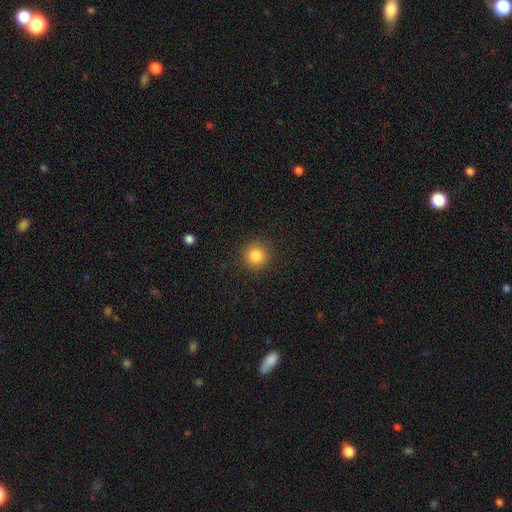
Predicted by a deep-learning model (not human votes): Smooth or featured? Predicted: smooth (p=0.86). How rounded? Predicted: round (p=0.94). Merging? Predicted: none (p=0.90).